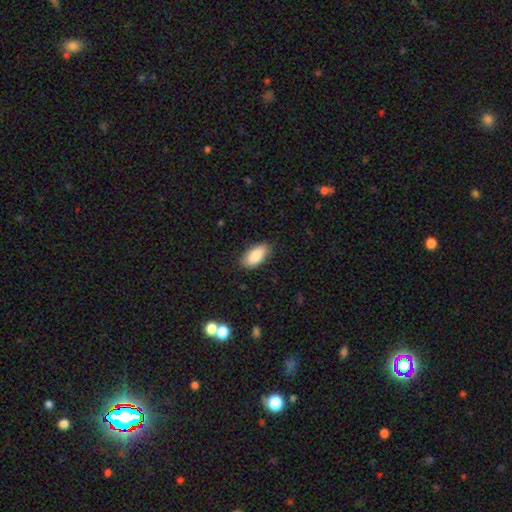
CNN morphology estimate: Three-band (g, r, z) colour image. It shows a smooth galaxy with no disk features (87%) that is in between round and cigar-shaped (92%). Merging: none (85%).